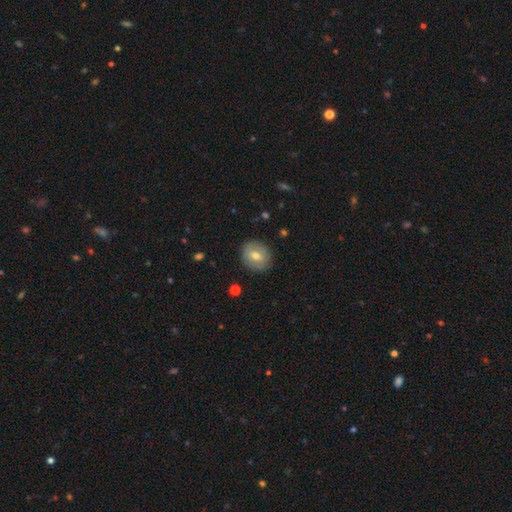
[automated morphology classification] Q: Smooth or featured?
A: smooth (59%); runner-up: featured or disk (31%)
Q: How rounded?
A: round (75%); runner-up: in between (23%)
Q: Merging?
A: none (86%); runner-up: minor disturbance (10%)